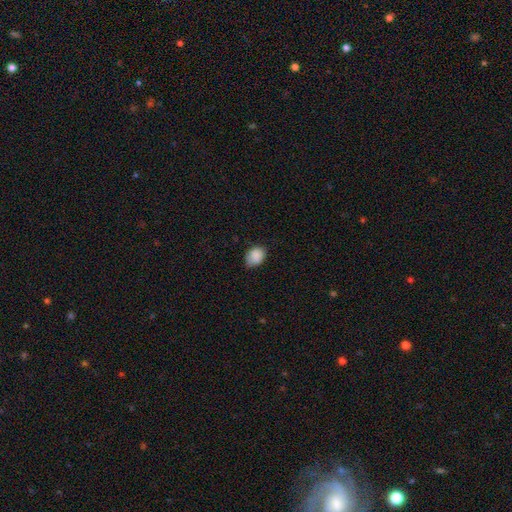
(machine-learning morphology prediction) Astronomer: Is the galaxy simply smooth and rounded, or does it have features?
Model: smooth — 88%.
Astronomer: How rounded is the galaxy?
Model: in between — 64%.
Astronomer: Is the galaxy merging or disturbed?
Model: none — 65%.